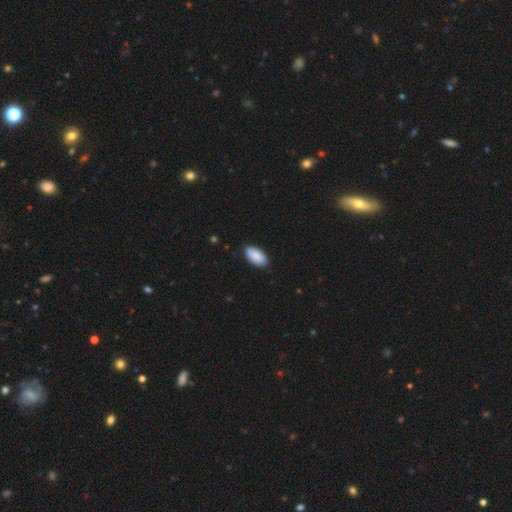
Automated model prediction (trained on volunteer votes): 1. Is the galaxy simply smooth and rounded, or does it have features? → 89% smooth, 6% star or artifact, 5% featured or disk.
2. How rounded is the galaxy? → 95% in between, 3% cigar-shaped, 2% round.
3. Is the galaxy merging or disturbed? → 87% none, 10% minor disturbance, 2% major disturbance, 1% merger.